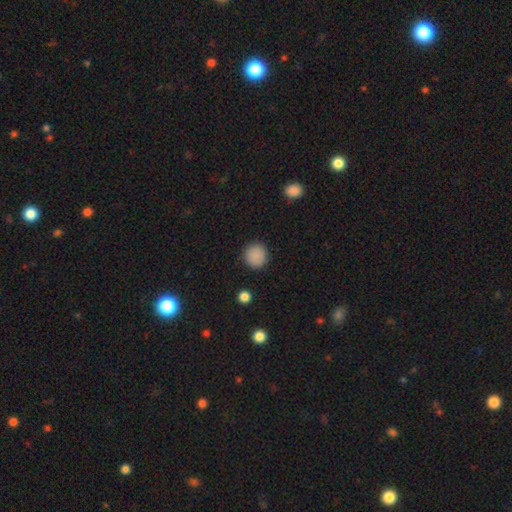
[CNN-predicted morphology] smooth 87%, star or artifact 9%, featured or disk 3%. Down the decision tree: how rounded — round (92%); merging — none (90%).